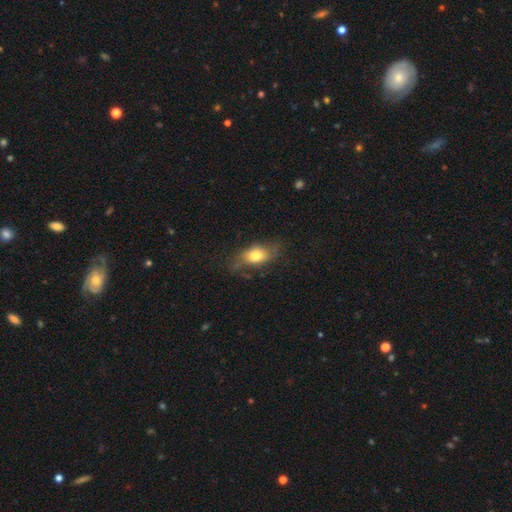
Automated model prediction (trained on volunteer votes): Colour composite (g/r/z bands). It shows a smooth galaxy with no disk features (70%) that is in between round and cigar-shaped (81%). Merging: none (54%).